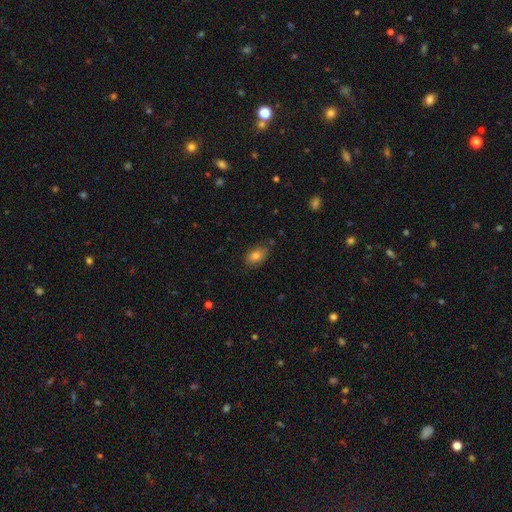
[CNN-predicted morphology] A smooth galaxy with no disk features (82%) that is in between round and cigar-shaped (84%).

Vote fractions:
- Smooth or featured? smooth: 82% / star or artifact: 9% / featured or disk: 9%
- How rounded? in between: 84% / round: 15% / cigar-shaped: 2%
- Merging? none: 76% / minor disturbance: 18% / major disturbance: 3% / merger: 3%